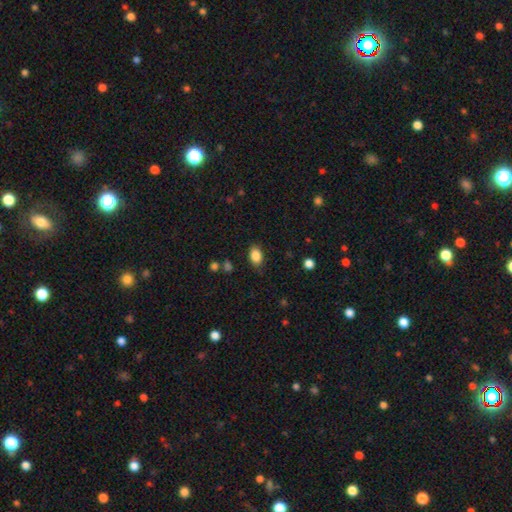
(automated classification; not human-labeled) Smooth or featured: smooth — 85% (star or artifact — 9%)
How rounded: in between — 84% (round — 14%)
Merging: none — 81% (minor disturbance — 14%)